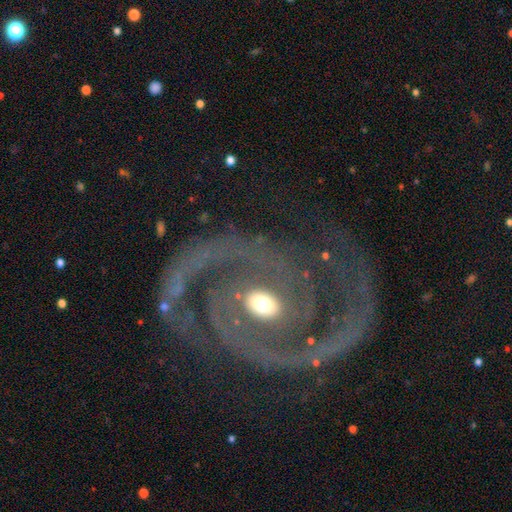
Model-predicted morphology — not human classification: Overall: featured or disk (93%). Edge-on disk: no (98%). Bar: no (51%; weak 32%). Spiral arms: yes (98%). Spiral arm count: 2 (90%). Spiral winding: medium (49%; tight 41%). Bulge size: moderate (66%). Merging: none (78%).